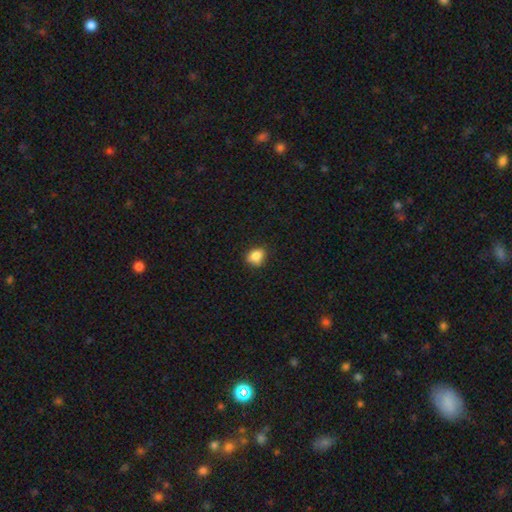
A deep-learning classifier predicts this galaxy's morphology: smooth_or_featured: smooth (p=0.85) [alt: star or artifact p=0.10]
how_rounded: in between (p=0.54) [alt: round p=0.45]
merging: none (p=0.78) [alt: minor disturbance p=0.18]